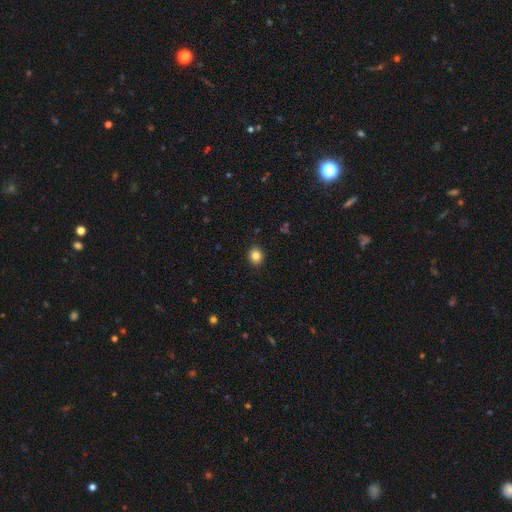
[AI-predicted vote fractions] Smooth or featured? smooth (84%)
How rounded? round (76%)
Merging? none (91%)